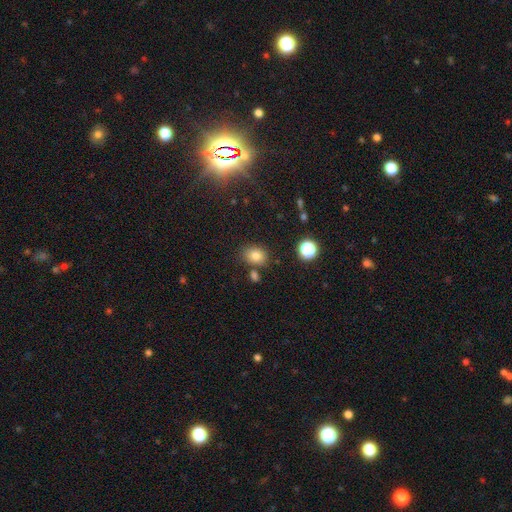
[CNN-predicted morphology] smooth_or_featured: smooth (p=0.80) [alt: star or artifact p=0.13]
how_rounded: in between (p=0.55) [alt: round p=0.44]
merging: none (p=0.76) [alt: minor disturbance p=0.12]